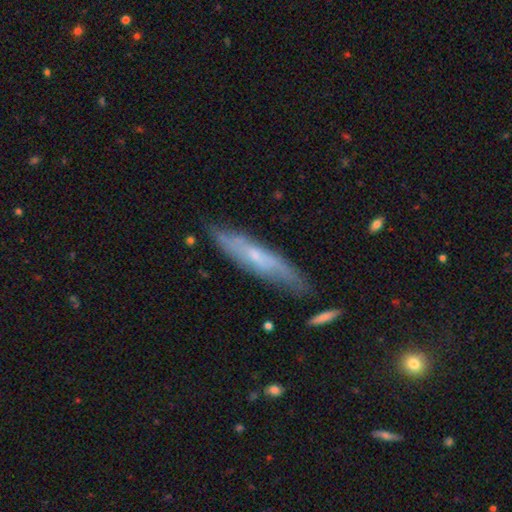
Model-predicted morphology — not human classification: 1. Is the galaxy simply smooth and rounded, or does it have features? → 54% featured or disk, 39% smooth, 6% star or artifact.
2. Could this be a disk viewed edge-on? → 59% yes, 41% no.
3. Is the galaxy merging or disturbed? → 72% none, 20% minor disturbance, 5% major disturbance, 3% merger.